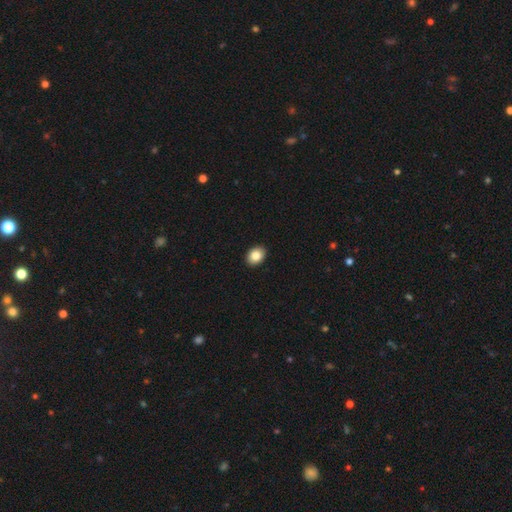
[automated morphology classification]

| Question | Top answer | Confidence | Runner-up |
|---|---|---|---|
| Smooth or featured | smooth | 85% | star or artifact (8%) |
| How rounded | in between | 67% | round (32%) |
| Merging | none | 92% | minor disturbance (6%) |